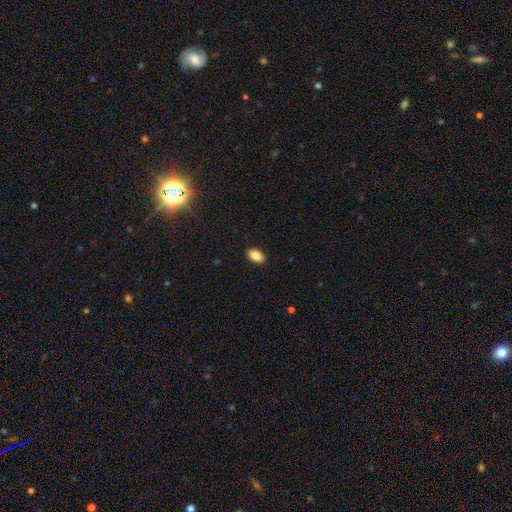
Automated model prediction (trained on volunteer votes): A smooth galaxy with no disk features (86%) that is in between round and cigar-shaped (91%).

Vote fractions:
- Smooth or featured? smooth: 86% / star or artifact: 8% / featured or disk: 6%
- How rounded? in between: 91% / round: 7% / cigar-shaped: 2%
- Merging? none: 90% / minor disturbance: 8% / major disturbance: 2% / merger: 1%